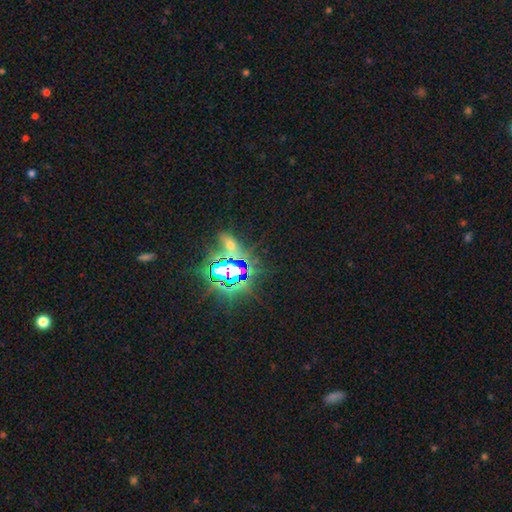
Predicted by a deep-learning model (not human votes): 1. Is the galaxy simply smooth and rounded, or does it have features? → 80% star or artifact, 11% smooth, 9% featured or disk.